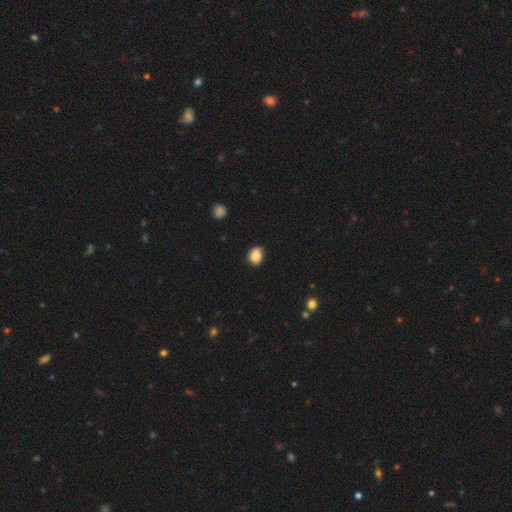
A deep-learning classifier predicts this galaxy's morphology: smooth 86%, star or artifact 9%, featured or disk 5%. Down the decision tree: how rounded — round (52%); merging — none (73%).